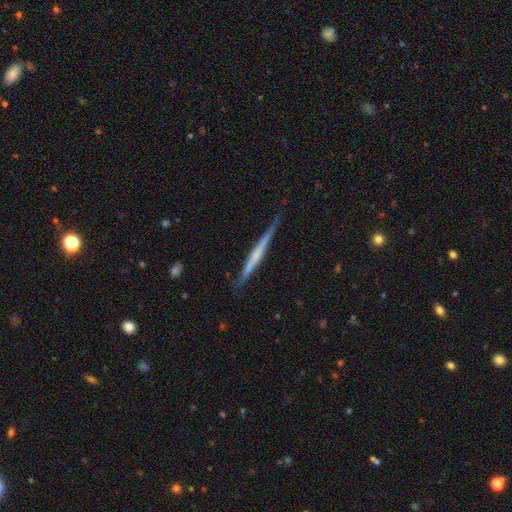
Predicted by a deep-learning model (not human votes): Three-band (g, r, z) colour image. It shows a featured or disk galaxy (60%) viewed edge-on (97%) with no central bulge (69%). Merging: none (79%).